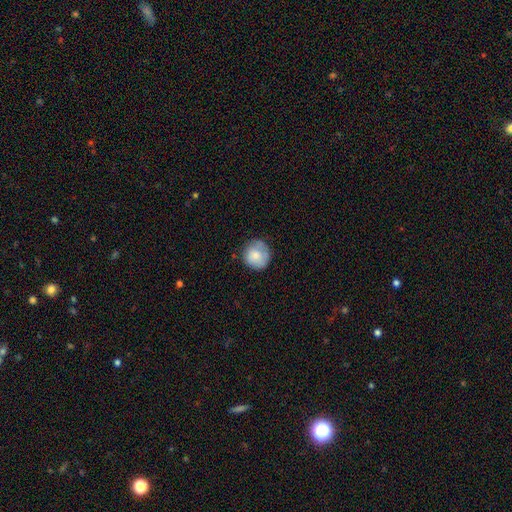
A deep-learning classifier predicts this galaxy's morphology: type=smooth (77%); roundness=round (91%); merging=none (73%).